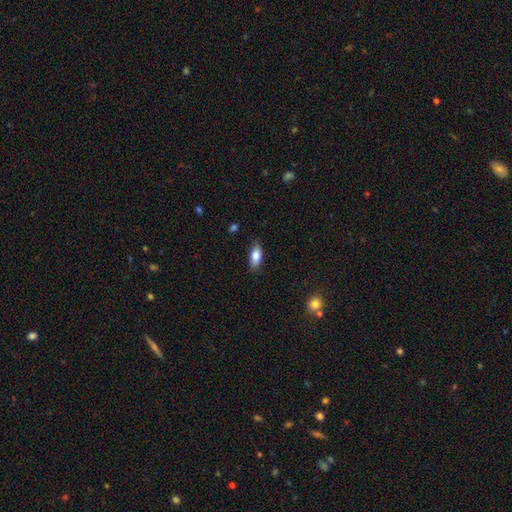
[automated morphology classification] Q: Smooth or featured?
A: smooth (81%); runner-up: featured or disk (12%)
Q: How rounded?
A: in between (83%); runner-up: cigar-shaped (14%)
Q: Merging?
A: none (83%); runner-up: minor disturbance (13%)